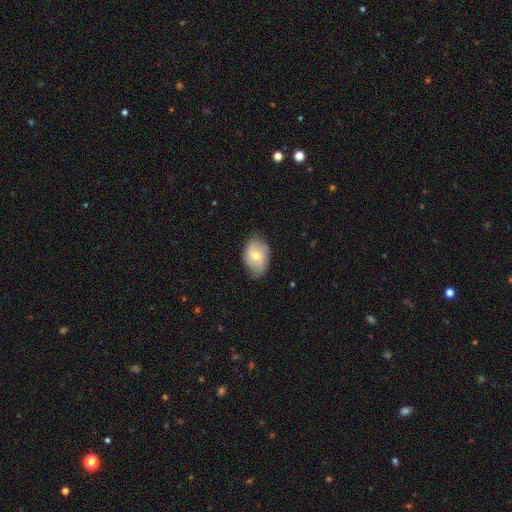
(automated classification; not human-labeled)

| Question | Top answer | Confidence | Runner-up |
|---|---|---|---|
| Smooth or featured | smooth | 58% | featured or disk (35%) |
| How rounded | in between | 84% | round (14%) |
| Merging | none | 73% | minor disturbance (22%) |